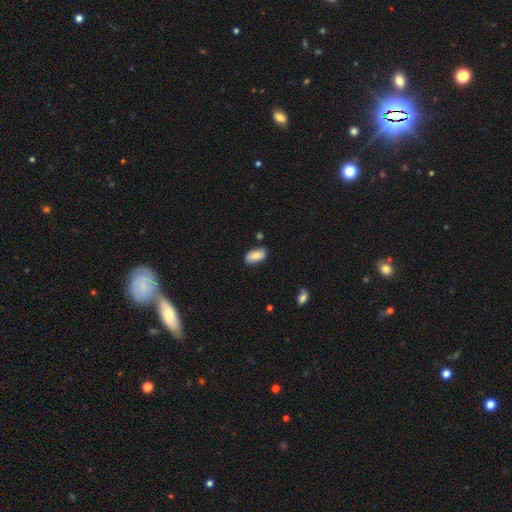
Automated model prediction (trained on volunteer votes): This appears to be a smooth galaxy with no disk features (79%) that is in between round and cigar-shaped (94%). Merging: none (81%).